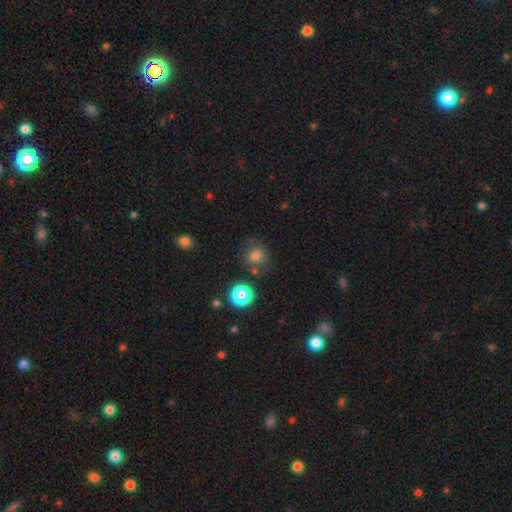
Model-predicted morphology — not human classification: A smooth galaxy with no disk features (76%) that is round (85%).

Vote fractions:
- Smooth or featured? smooth: 76% / star or artifact: 16% / featured or disk: 8%
- How rounded? round: 85% / in between: 14% / cigar-shaped: 1%
- Merging? none: 73% / minor disturbance: 14% / merger: 8% / major disturbance: 5%